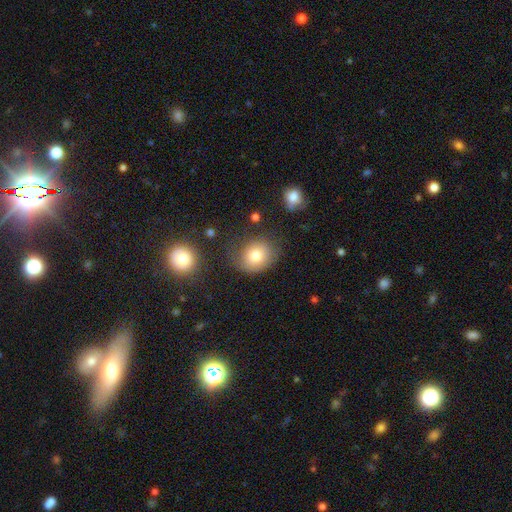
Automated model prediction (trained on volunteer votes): Smooth or featured: smooth — 79% (featured or disk — 11%)
How rounded: round — 63% (in between — 36%)
Merging: none — 70% (minor disturbance — 20%)